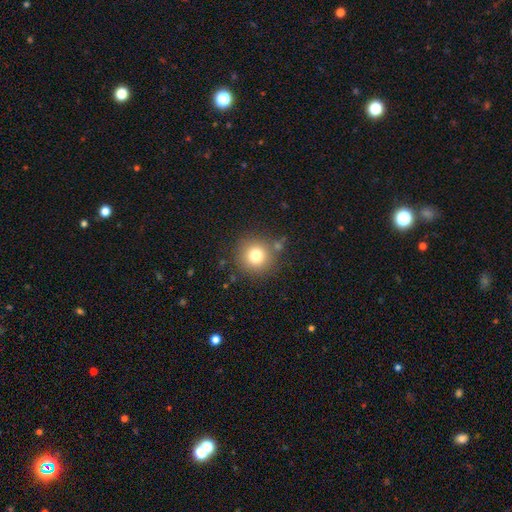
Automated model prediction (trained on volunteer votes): A smooth galaxy with no disk features (77%) that is round (94%). Merging: none (83%).